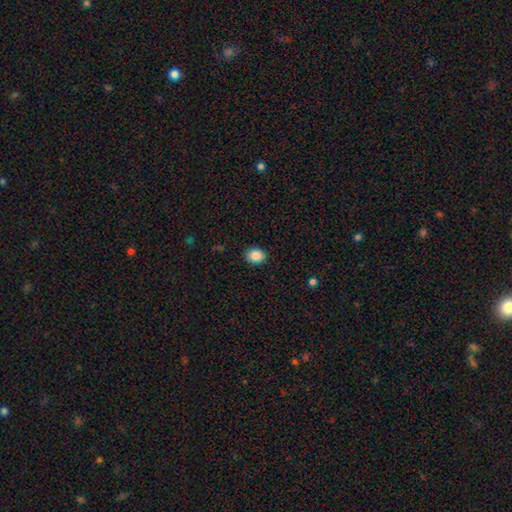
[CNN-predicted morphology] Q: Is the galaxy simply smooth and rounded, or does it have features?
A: smooth — 87%.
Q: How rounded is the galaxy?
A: round — 60%.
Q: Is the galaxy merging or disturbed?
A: none — 90%.